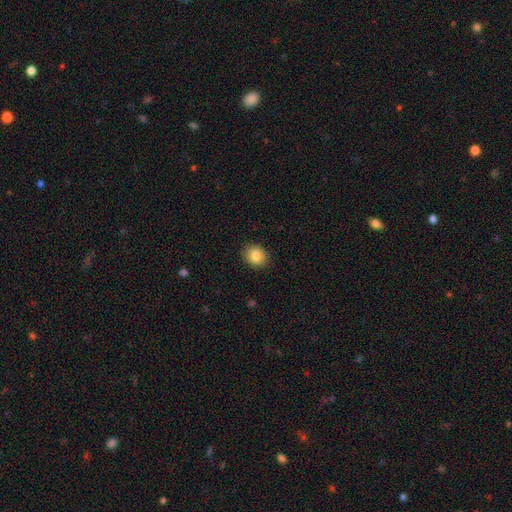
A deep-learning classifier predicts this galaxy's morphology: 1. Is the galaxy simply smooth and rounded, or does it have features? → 85% smooth, 9% star or artifact, 6% featured or disk.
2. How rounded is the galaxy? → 61% round, 38% in between, 1% cigar-shaped.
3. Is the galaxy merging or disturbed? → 89% none, 8% minor disturbance, 2% major disturbance, 1% merger.